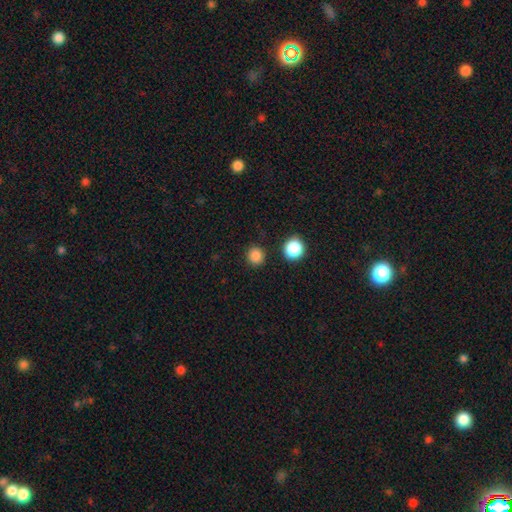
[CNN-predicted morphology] Overall: smooth (84%). How rounded: round (92%). Merging: none (89%).